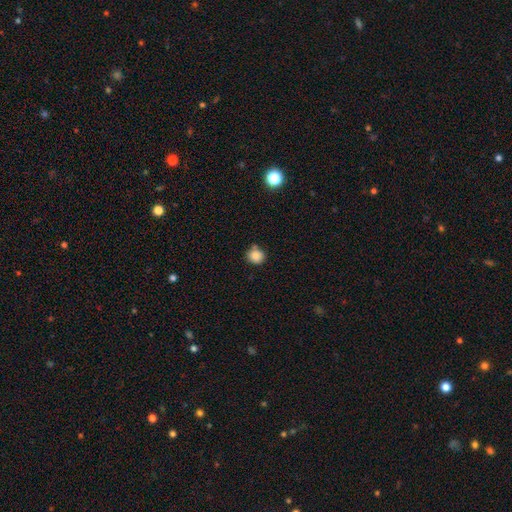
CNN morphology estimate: This appears to be a smooth galaxy with no disk features (86%) that is round (88%). Merging: none (71%).